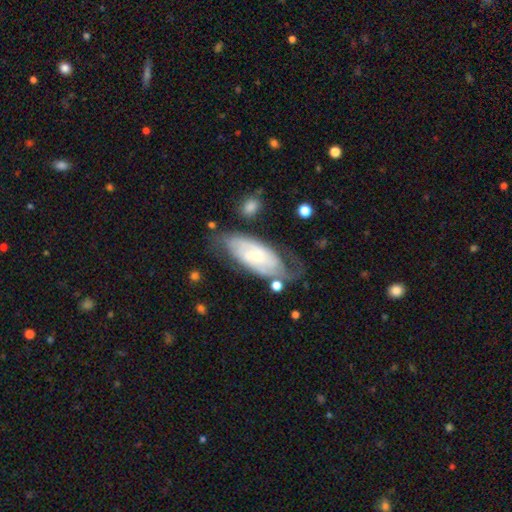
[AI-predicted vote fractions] The model was most divided on "bar": no: 46%, weak: 42%, strong: 12%. More confident: spiral arms — yes (92%); edge-on disk — no (92%); smooth or featured — featured or disk (74%); bulge size — small (62%); spiral arm count — 2 (58%); merging — none (56%); spiral winding — tight (52%).